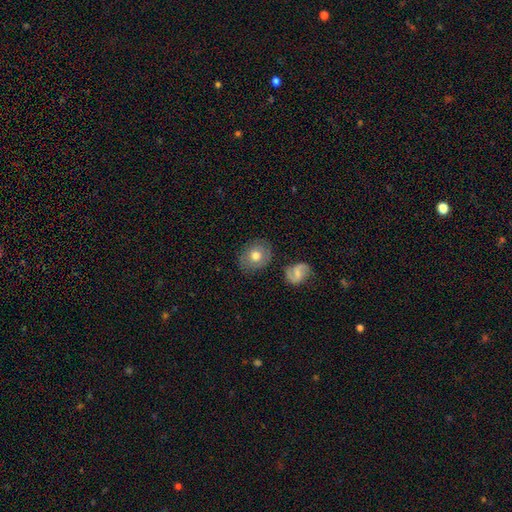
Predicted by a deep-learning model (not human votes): A smooth galaxy with no disk features (63%) that is round (65%).

Vote fractions:
- Smooth or featured? smooth: 63% / featured or disk: 29% / star or artifact: 8%
- How rounded? round: 65% / in between: 34% / cigar-shaped: 1%
- Merging? none: 77% / minor disturbance: 14% / major disturbance: 4% / merger: 4%